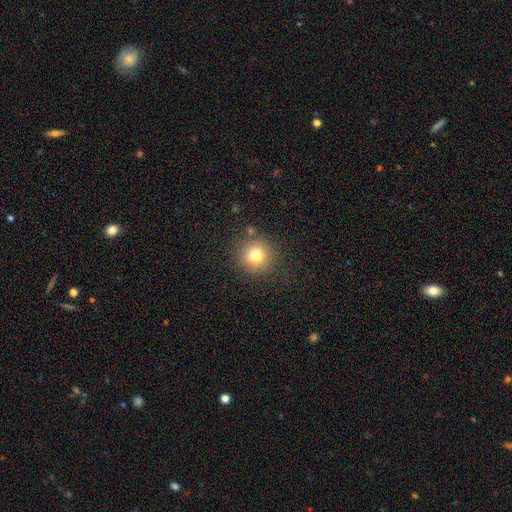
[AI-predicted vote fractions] smooth-or-featured: smooth: 75% | star or artifact: 14% | featured or disk: 10%
  how-rounded: round: 93% | in between: 6% | cigar-shaped: 1%
  merging: none: 85% | minor disturbance: 9% | major disturbance: 4% | merger: 3%